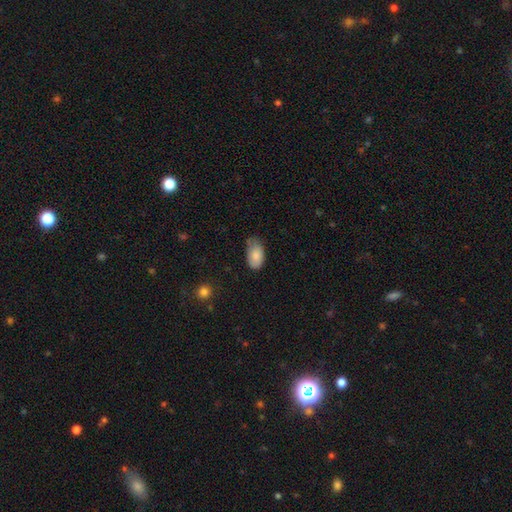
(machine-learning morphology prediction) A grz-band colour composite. It shows a smooth galaxy with no disk features (84%) that is in between round and cigar-shaped (93%). Merging: none (48%).